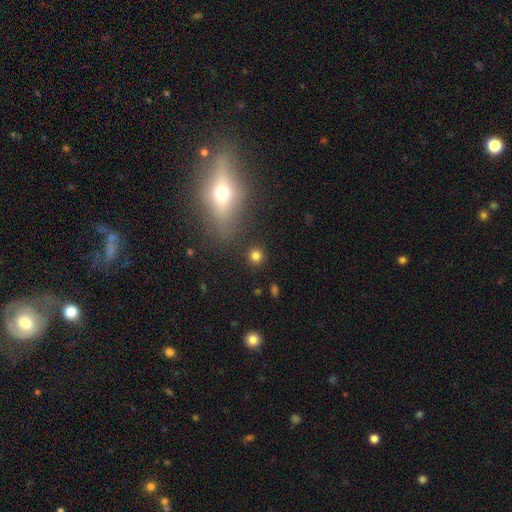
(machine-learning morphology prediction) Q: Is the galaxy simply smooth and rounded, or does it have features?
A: smooth — 80%.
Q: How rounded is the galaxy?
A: round — 91%.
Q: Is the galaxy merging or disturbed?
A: none — 89%.